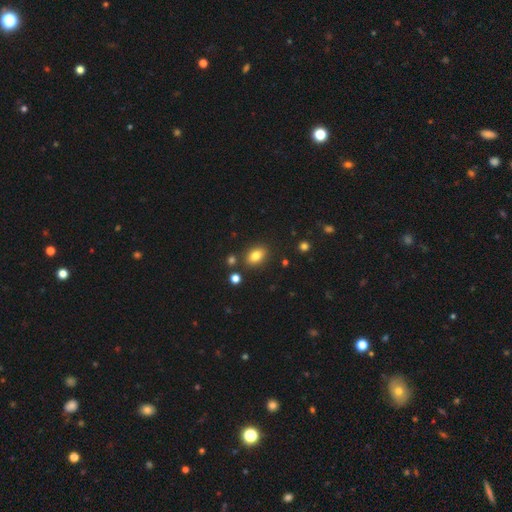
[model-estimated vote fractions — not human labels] Smooth or featured? smooth (82%)
How rounded? in between (80%)
Merging? none (84%)